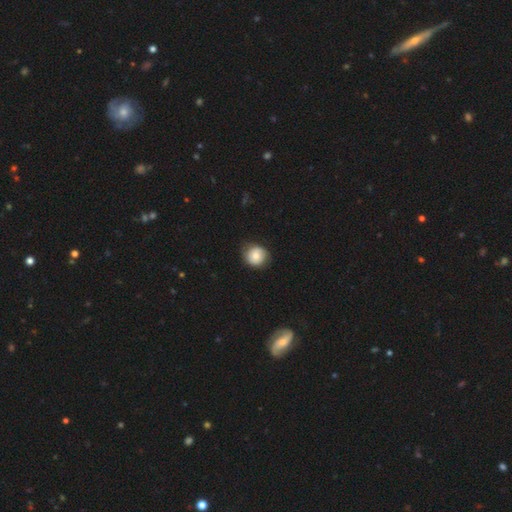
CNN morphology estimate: This appears to be a smooth galaxy with no disk features (66%) that is round (85%). Merging: none (77%).